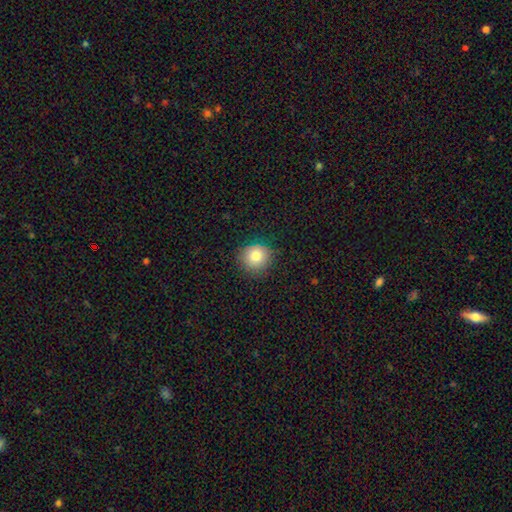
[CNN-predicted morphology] Smooth or featured: smooth — 81% (star or artifact — 11%)
How rounded: round — 91% (in between — 8%)
Merging: none — 85% (minor disturbance — 11%)